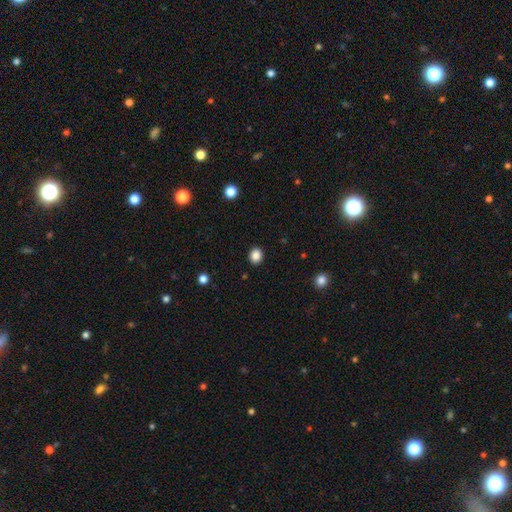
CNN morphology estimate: smooth_or_featured: smooth (p=0.86) [alt: star or artifact p=0.11]
how_rounded: round (p=0.69) [alt: in between p=0.31]
merging: none (p=0.91) [alt: minor disturbance p=0.06]